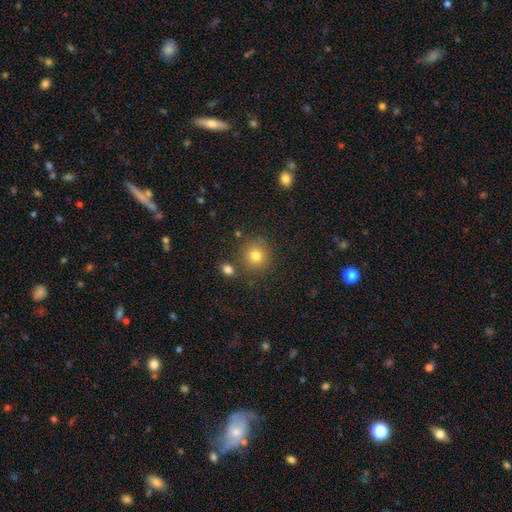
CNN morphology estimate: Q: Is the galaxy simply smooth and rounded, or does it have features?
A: smooth — 79%.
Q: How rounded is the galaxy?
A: round — 88%.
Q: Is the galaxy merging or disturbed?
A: none — 79%.